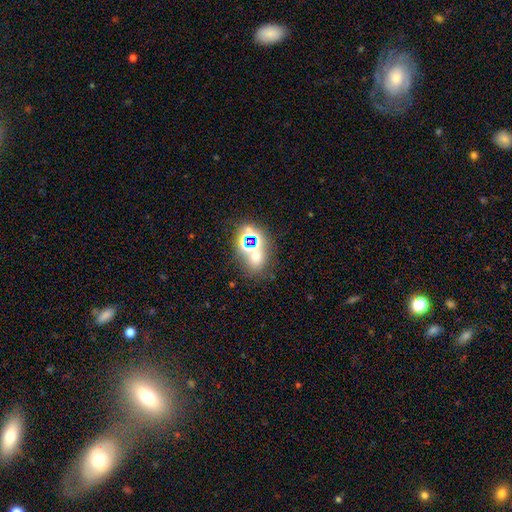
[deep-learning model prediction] Smooth or featured? Predicted: star or artifact (p=0.44, tied with smooth).